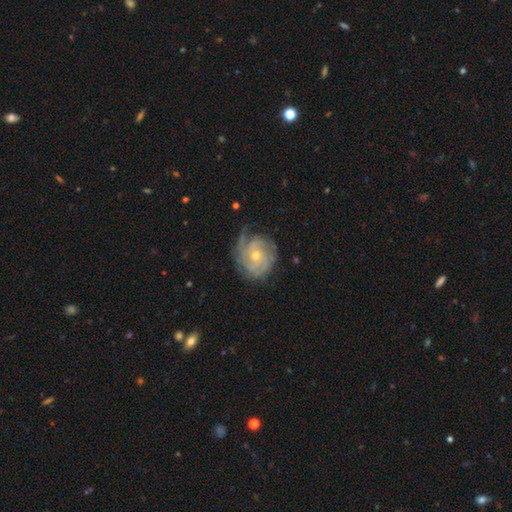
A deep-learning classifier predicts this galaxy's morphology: A featured or disk galaxy (83%) with no bar (74%), tight (70%) spiral arms (96%) and a small central bulge (55%). Merging: none (70%).